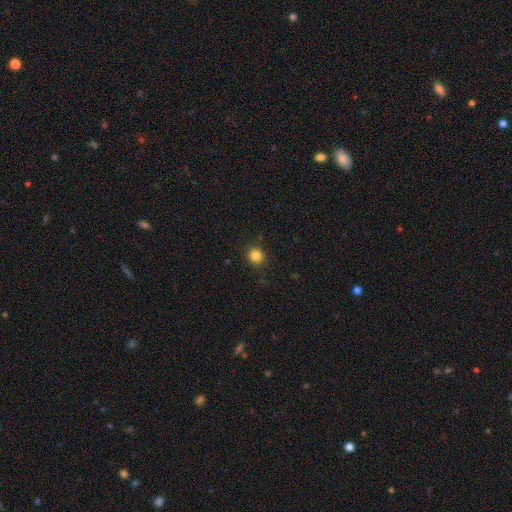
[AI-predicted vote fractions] Morphology: type=smooth (84%); roundness=round (87%); merging=none (90%).